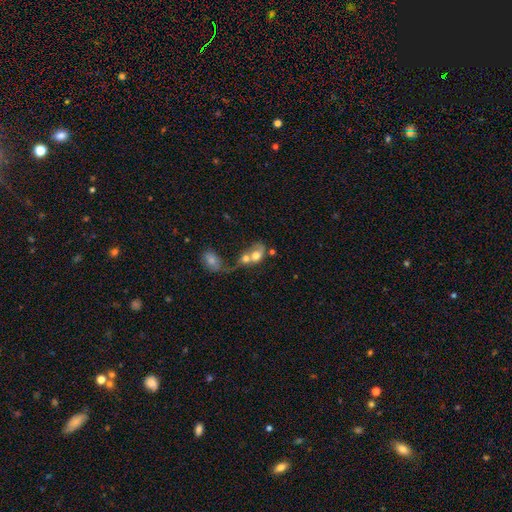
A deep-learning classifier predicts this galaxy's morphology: Q: Smooth or featured?
A: smooth (62%); runner-up: featured or disk (29%)
Q: How rounded?
A: in between (65%); runner-up: round (33%)
Q: Merging?
A: merger (73%); runner-up: none (11%)